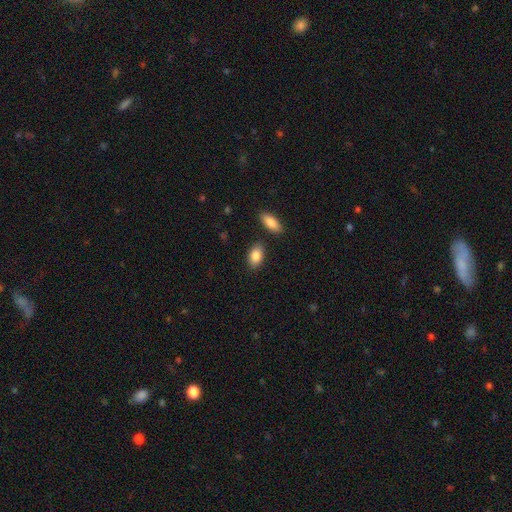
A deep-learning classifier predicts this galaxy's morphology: Smooth or featured: smooth — 87% (star or artifact — 7%)
How rounded: in between — 91% (round — 6%)
Merging: none — 83% (minor disturbance — 10%)